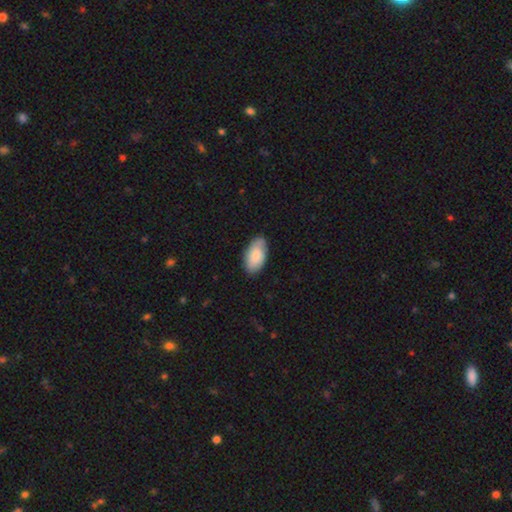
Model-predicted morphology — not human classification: This appears to be a smooth galaxy with no disk features (79%) that is in between round and cigar-shaped (95%). Merging: none (81%).